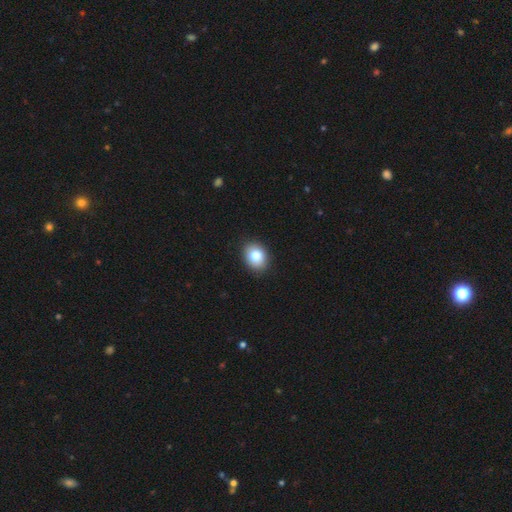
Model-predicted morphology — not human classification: smooth 83%, star or artifact 9%, featured or disk 8%. Down the decision tree: how rounded — in between (57%); merging — none (90%).